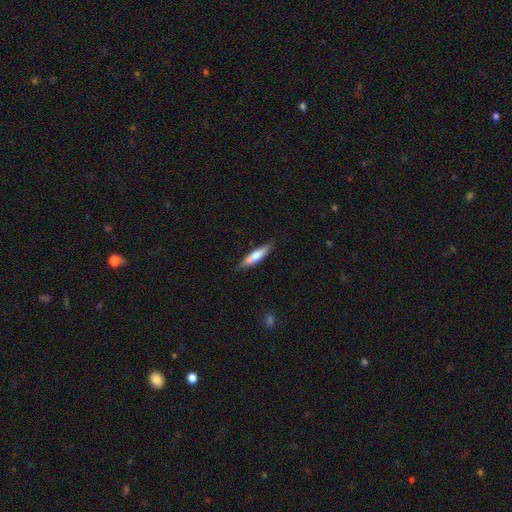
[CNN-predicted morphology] This appears to be a smooth galaxy with no disk features (70%) that is cigar-shaped (75%). Merging: none (82%).